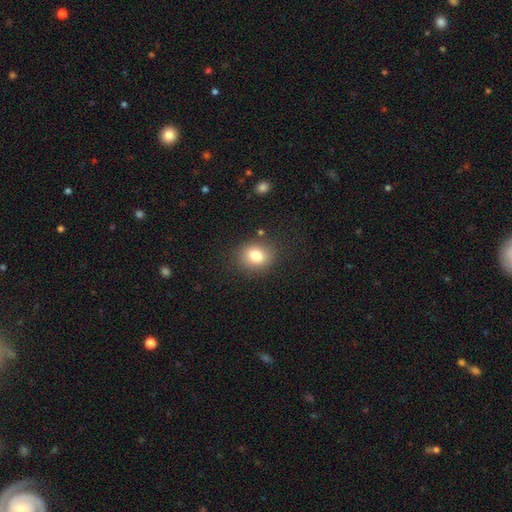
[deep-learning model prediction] This appears to be a smooth galaxy with no disk features (80%) that is round (66%). Merging: none (84%).